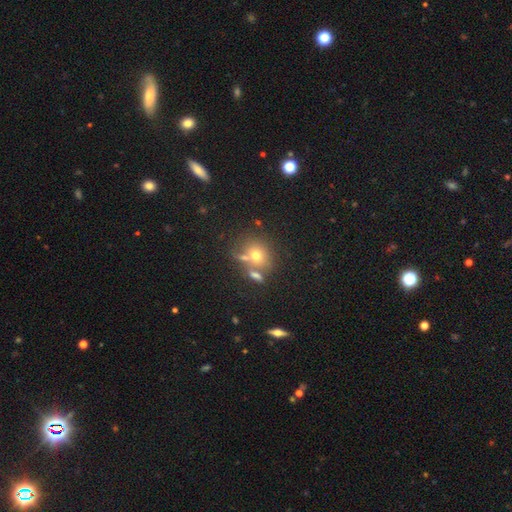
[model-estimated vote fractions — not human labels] Smooth or featured: smooth — 65% (featured or disk — 18%)
How rounded: round — 73% (in between — 26%)
Merging: none — 52% (merger — 30%)